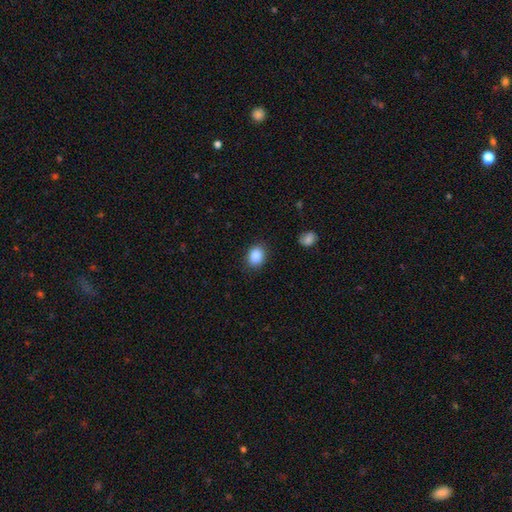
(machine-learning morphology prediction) smooth 87%, star or artifact 8%, featured or disk 4%. Down the decision tree: how rounded — in between (54%); merging — none (85%).